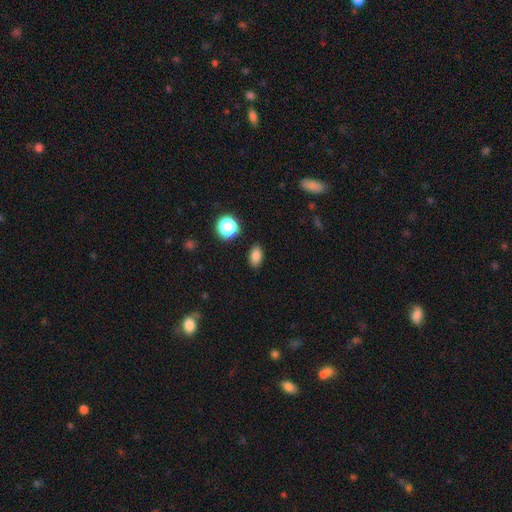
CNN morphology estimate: This is clearly a smooth galaxy (83%). How rounded: clearly in between (85%). Merging: clearly none (88%).